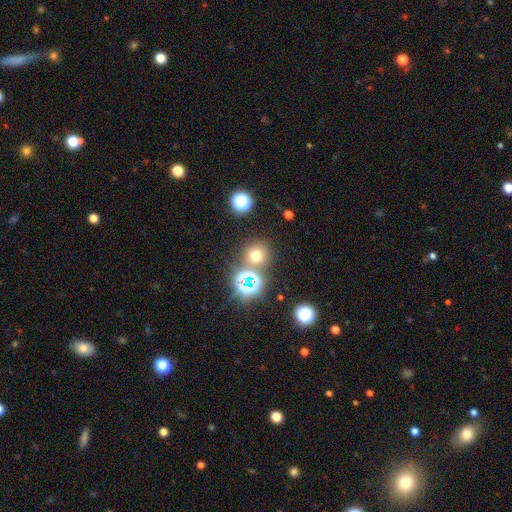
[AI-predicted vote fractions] This is likely a smooth galaxy (60%). How rounded: clearly round (92%). Merging: likely none (75%).